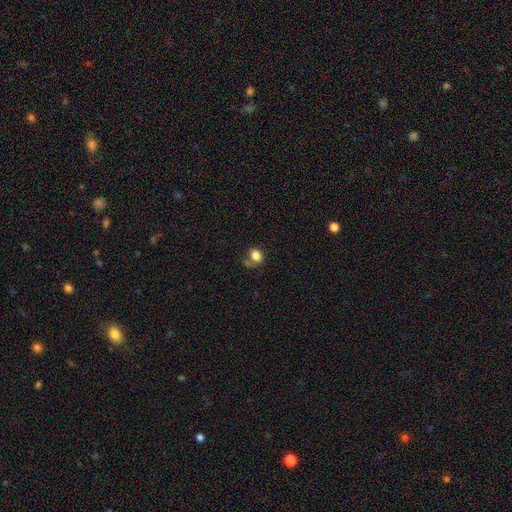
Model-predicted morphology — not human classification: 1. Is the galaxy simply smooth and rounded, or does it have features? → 81% smooth, 11% star or artifact, 8% featured or disk.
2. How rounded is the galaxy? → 55% in between, 44% round, 1% cigar-shaped.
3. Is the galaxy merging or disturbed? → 53% none, 21% minor disturbance, 14% merger, 12% major disturbance.